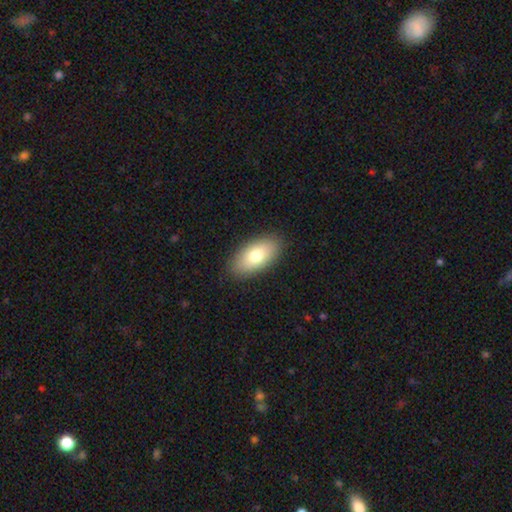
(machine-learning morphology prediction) smooth-or-featured: smooth: 75% | featured or disk: 18% | star or artifact: 7%
  how-rounded: in between: 92% | cigar-shaped: 4% | round: 4%
  merging: none: 88% | minor disturbance: 9% | major disturbance: 2% | merger: 1%